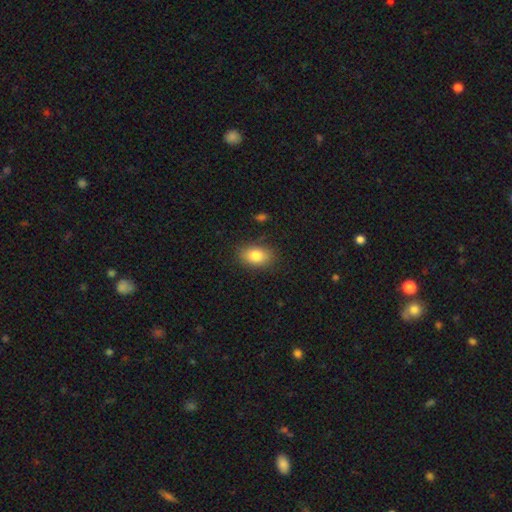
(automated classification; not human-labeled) Smooth or featured: smooth — 82% (featured or disk — 9%)
How rounded: in between — 82% (round — 17%)
Merging: none — 84% (minor disturbance — 12%)